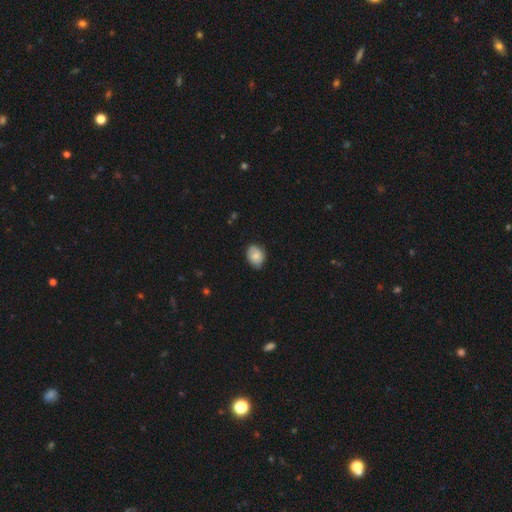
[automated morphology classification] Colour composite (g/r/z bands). It shows a smooth galaxy with no disk features (76%) that is in between round and cigar-shaped (60%). Merging: none (71%).